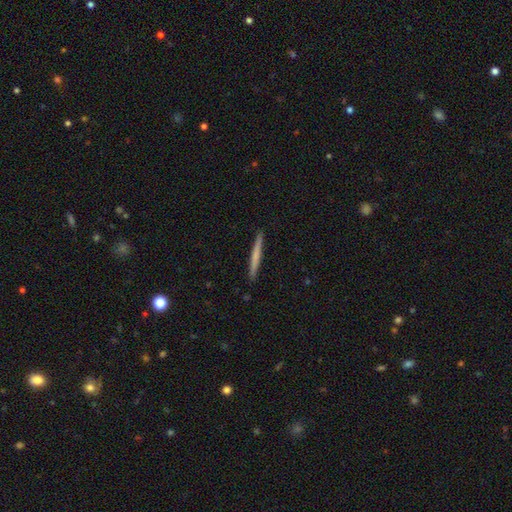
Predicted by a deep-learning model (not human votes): Morphology: type=smooth (58%); roundness=cigar-shaped (97%); merging=none (92%).